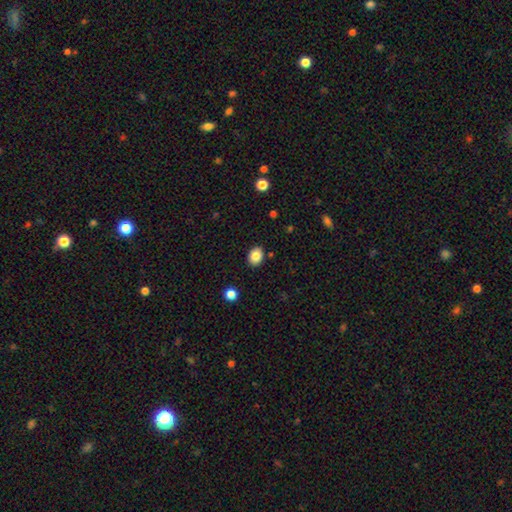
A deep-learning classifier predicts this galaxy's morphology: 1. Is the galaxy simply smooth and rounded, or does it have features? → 86% smooth, 9% star or artifact, 5% featured or disk.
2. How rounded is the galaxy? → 62% in between, 37% round, 1% cigar-shaped.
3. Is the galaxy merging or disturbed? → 88% none, 8% minor disturbance, 2% major disturbance, 2% merger.